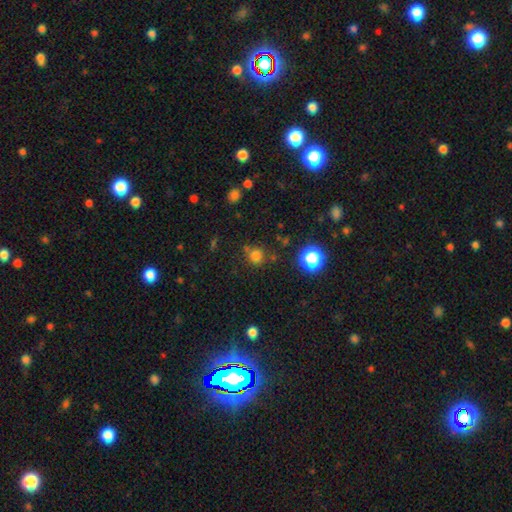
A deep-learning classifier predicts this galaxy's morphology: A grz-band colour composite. It shows a smooth galaxy with no disk features (73%) that is round (85%). Merging: none (69%).